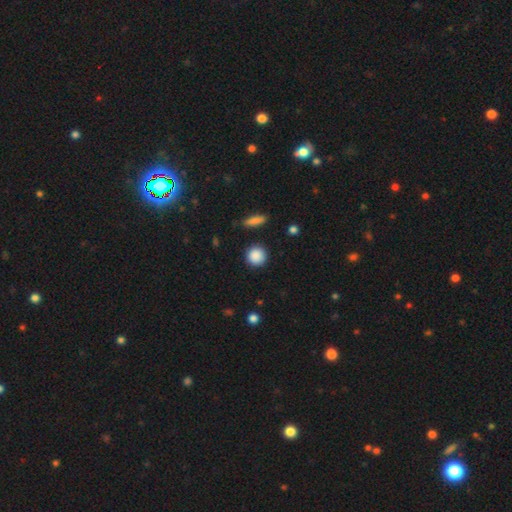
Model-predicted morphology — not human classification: A smooth galaxy with no disk features (88%) that is round (92%).

Vote fractions:
- Smooth or featured? smooth: 88% / star or artifact: 8% / featured or disk: 4%
- How rounded? round: 92% / in between: 7% / cigar-shaped: 1%
- Merging? none: 90% / minor disturbance: 6% / major disturbance: 2% / merger: 2%